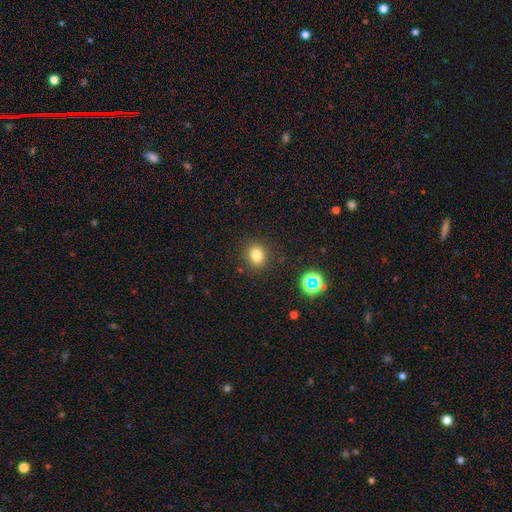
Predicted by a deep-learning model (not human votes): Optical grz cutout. It shows a smooth galaxy with no disk features (80%) that is round (58%). Merging: none (87%).